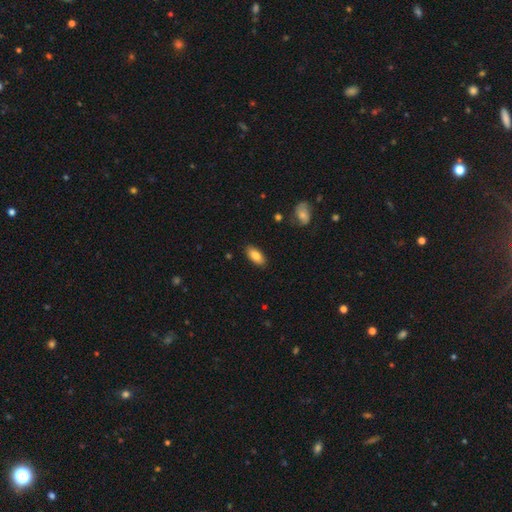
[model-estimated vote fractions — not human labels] Overall: smooth (84%). How rounded: in between (88%). Merging: none (87%).